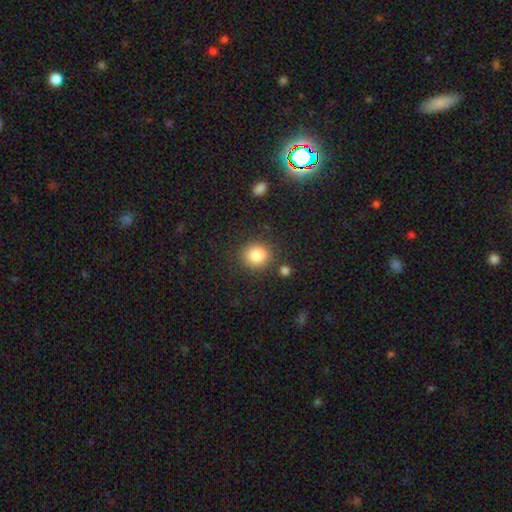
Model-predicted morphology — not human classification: A smooth galaxy with no disk features (85%) that is round (77%). Merging: none (80%).